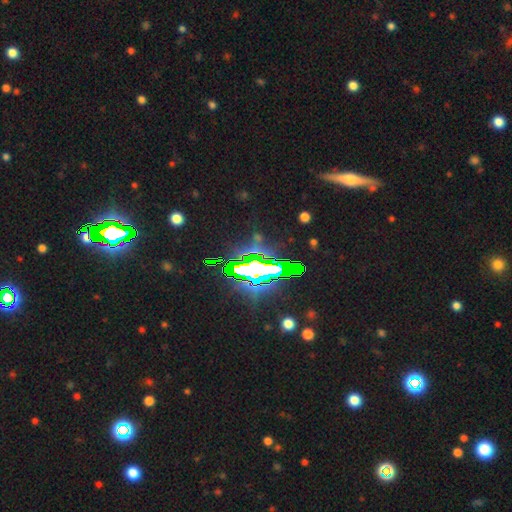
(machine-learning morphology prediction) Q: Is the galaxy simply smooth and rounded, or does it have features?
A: star or artifact — 79%.